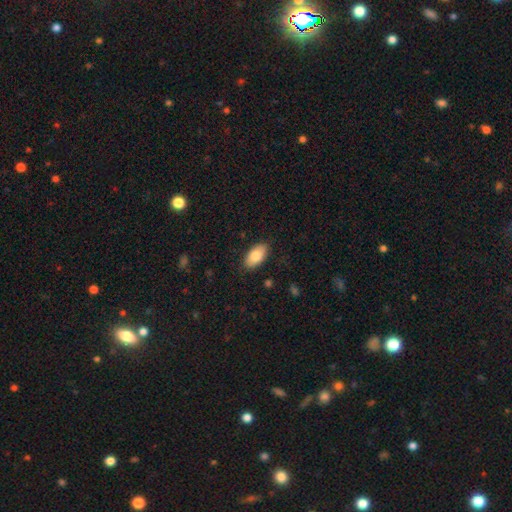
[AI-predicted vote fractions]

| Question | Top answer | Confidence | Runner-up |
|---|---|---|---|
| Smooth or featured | smooth | 81% | featured or disk (13%) |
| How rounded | in between | 94% | round (3%) |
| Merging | none | 87% | minor disturbance (10%) |